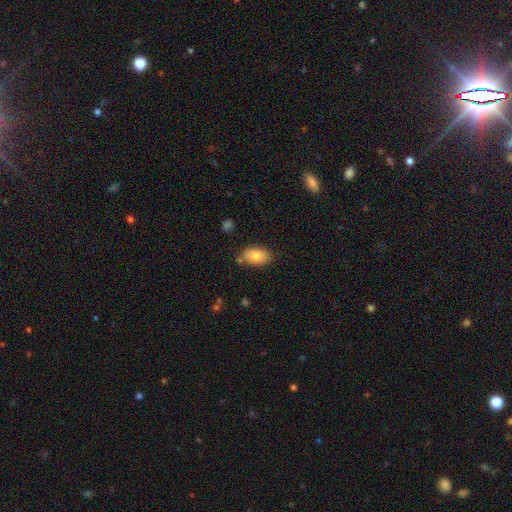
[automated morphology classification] A smooth galaxy with no disk features (81%) that is in between round and cigar-shaped (92%). Merging: none (74%).